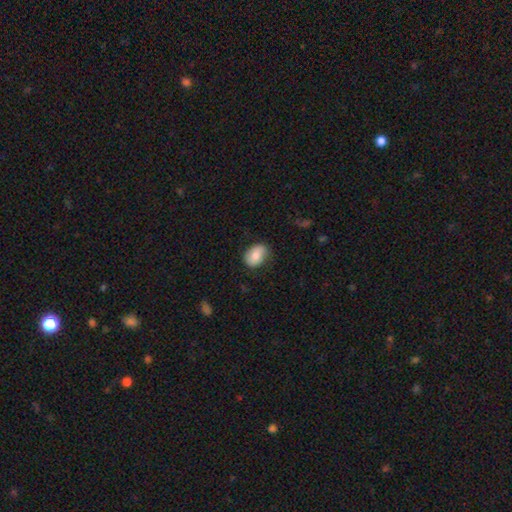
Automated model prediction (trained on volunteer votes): Smooth or featured?
  - smooth: 79% *
  - featured or disk: 14%
  - star or artifact: 7%
How rounded?
  - in between: 79% *
  - round: 20%
  - cigar-shaped: 1%
Merging?
  - none: 75% *
  - minor disturbance: 20%
  - major disturbance: 4%
  - merger: 1%